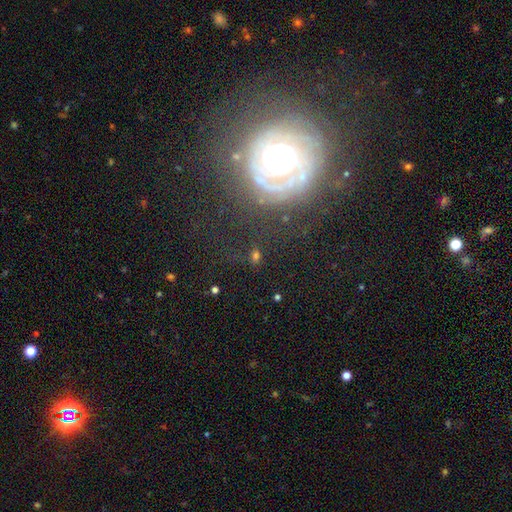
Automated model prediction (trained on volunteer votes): Smooth or featured? smooth (49%)
Merging? none (64%)